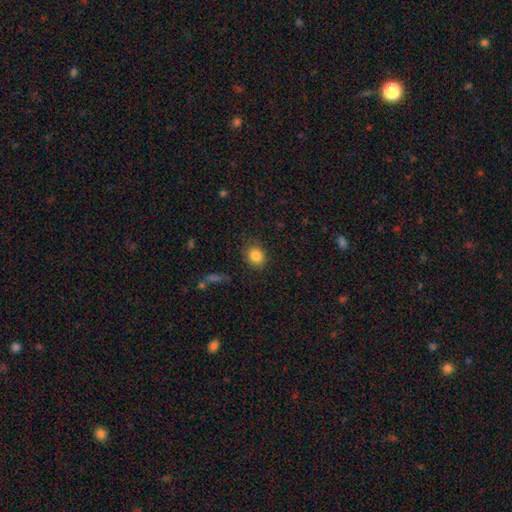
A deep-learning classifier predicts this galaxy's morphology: smooth 85%, star or artifact 10%, featured or disk 5%. Down the decision tree: how rounded — round (76%); merging — none (84%).